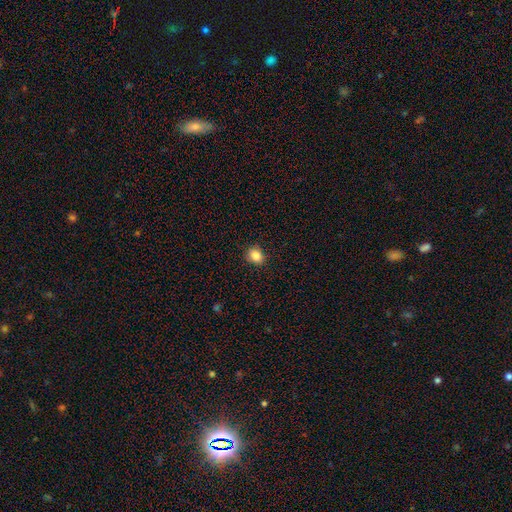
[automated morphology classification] A smooth galaxy with no disk features (85%) that is round (65%). Merging: none (87%).